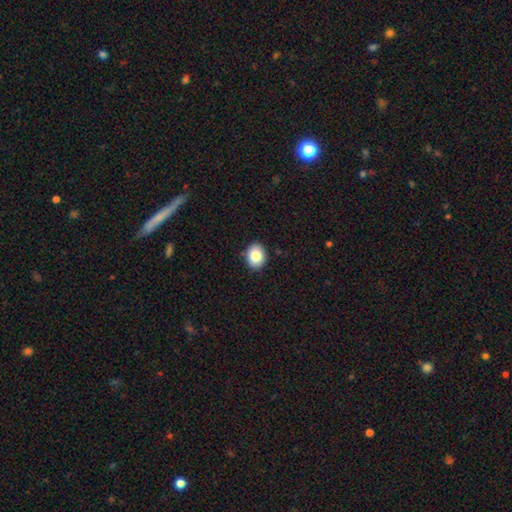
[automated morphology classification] The model was most divided on "how rounded": in between: 54%, round: 45%, cigar-shaped: 1%. More confident: merging — none (89%); smooth or featured — smooth (82%).